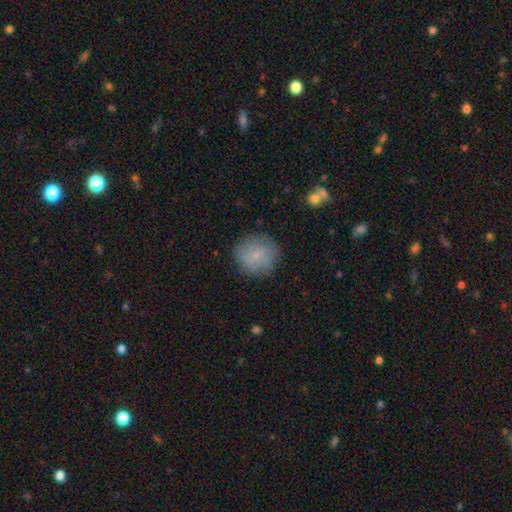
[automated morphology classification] The model was most divided on "smooth or featured": smooth: 76%, featured or disk: 16%, star or artifact: 8%. More confident: how rounded — round (89%); merging — none (85%).